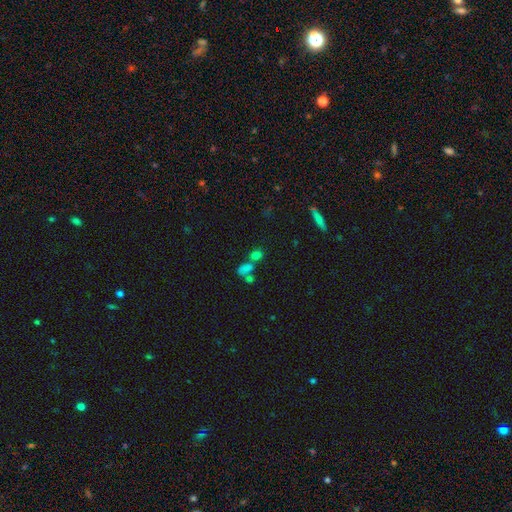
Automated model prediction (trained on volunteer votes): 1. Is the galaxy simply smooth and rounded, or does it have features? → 65% smooth, 22% star or artifact, 12% featured or disk.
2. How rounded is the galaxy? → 59% in between, 35% round, 6% cigar-shaped.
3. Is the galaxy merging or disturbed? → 46% merger, 36% none, 10% minor disturbance, 8% major disturbance.